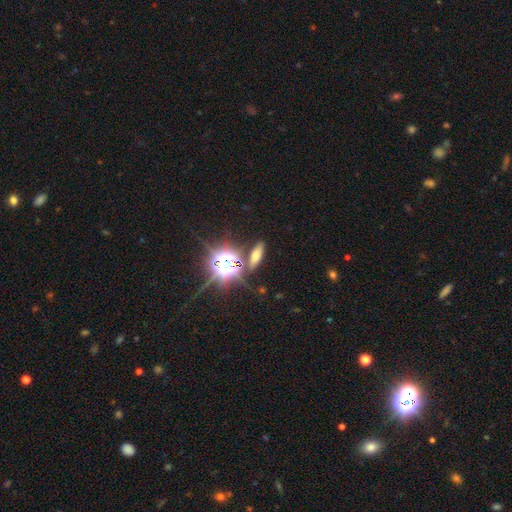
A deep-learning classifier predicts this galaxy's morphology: Smooth or featured? Predicted: smooth (p=0.46). Merging? Predicted: none (p=0.81).